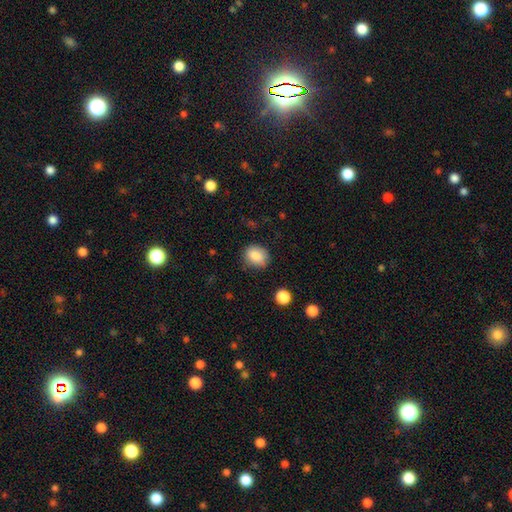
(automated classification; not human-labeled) Smooth or featured? Predicted: smooth (p=0.86). How rounded? Predicted: round (p=0.57). Merging? Predicted: none (p=0.76).